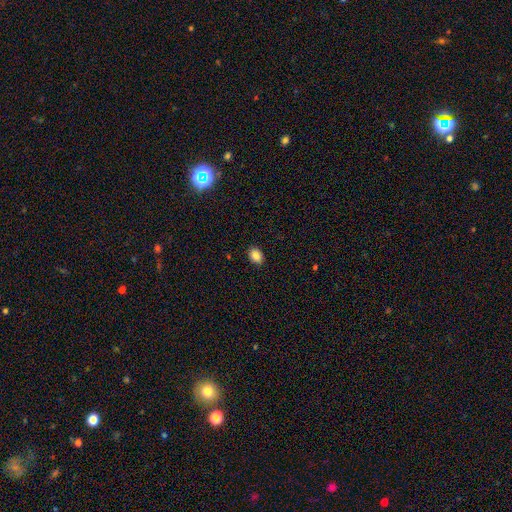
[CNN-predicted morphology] This appears to be a smooth galaxy with no disk features (86%) that is in between round and cigar-shaped (73%). Merging: none (90%).